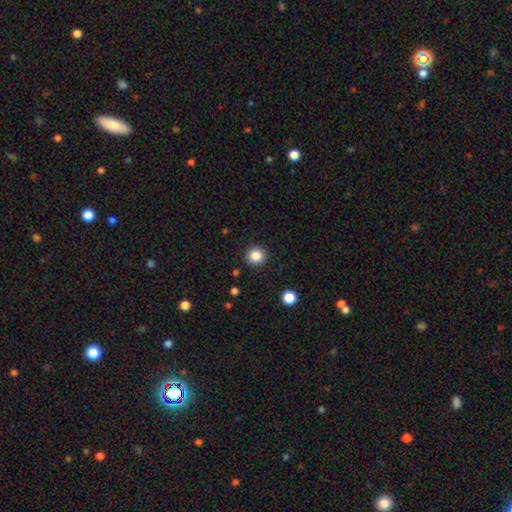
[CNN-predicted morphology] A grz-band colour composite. It shows a smooth galaxy with no disk features (85%) that is round (93%). Merging: none (91%).